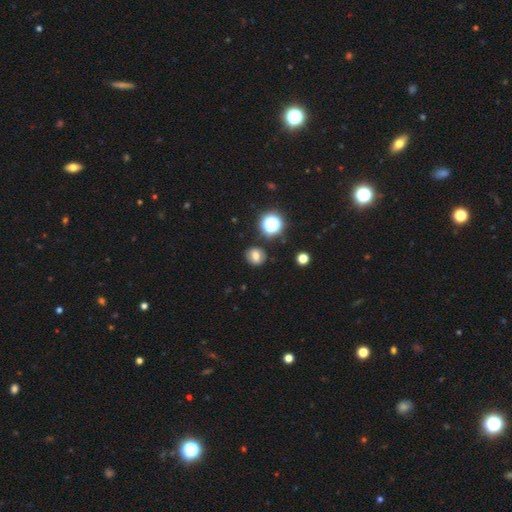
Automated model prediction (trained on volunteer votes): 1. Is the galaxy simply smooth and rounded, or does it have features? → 69% smooth, 16% star or artifact, 15% featured or disk.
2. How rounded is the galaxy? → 74% round, 25% in between, 1% cigar-shaped.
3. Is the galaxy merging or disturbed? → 84% none, 10% minor disturbance, 3% major disturbance, 3% merger.